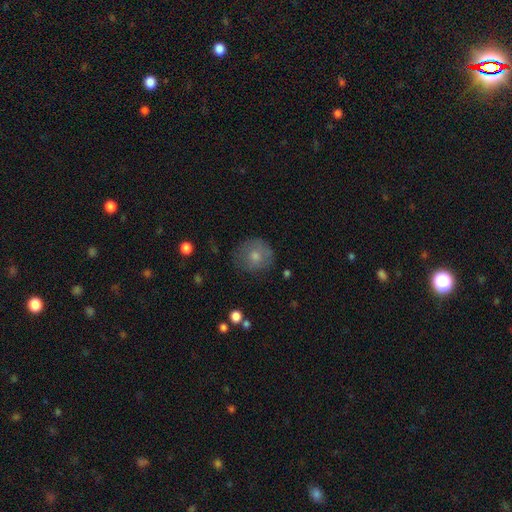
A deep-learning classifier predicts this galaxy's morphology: The model was most divided on "merging": none: 71%, minor disturbance: 20%, major disturbance: 7%, merger: 2%. More confident: how rounded — round (88%); smooth or featured — smooth (72%).